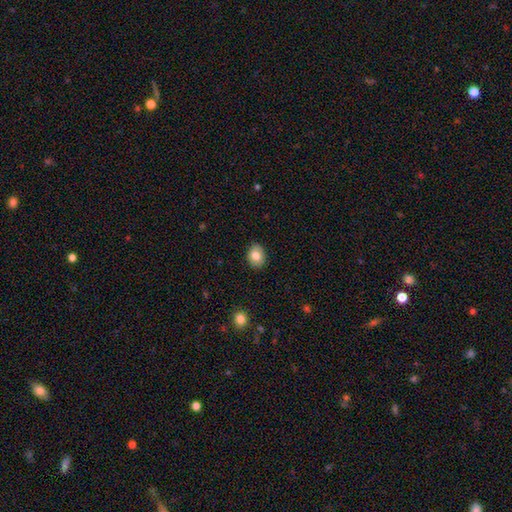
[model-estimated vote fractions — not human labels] Smooth or featured? smooth (80%)
How rounded? in between (54%)
Merging? none (87%)